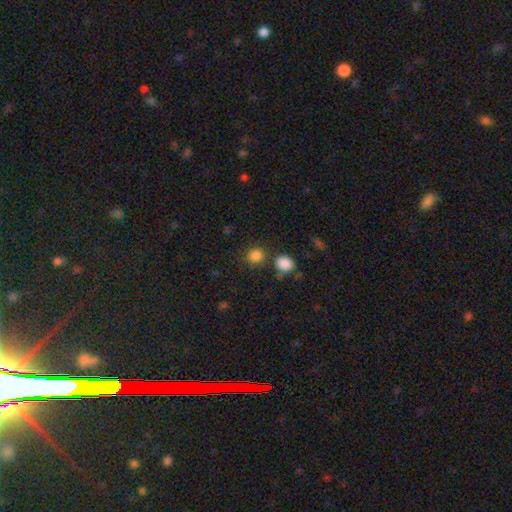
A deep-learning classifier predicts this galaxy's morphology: This appears to be a smooth galaxy with no disk features (84%) that is round (82%). Merging: none (75%).